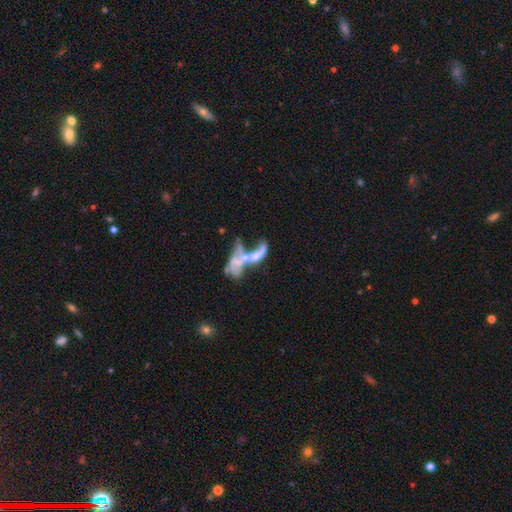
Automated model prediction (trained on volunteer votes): Morphology: type=featured or disk (63%); edge-on=no (92%); bar=no (80%); spiral arms=no (72%); bulge=none (41%); merging=merger (63%).